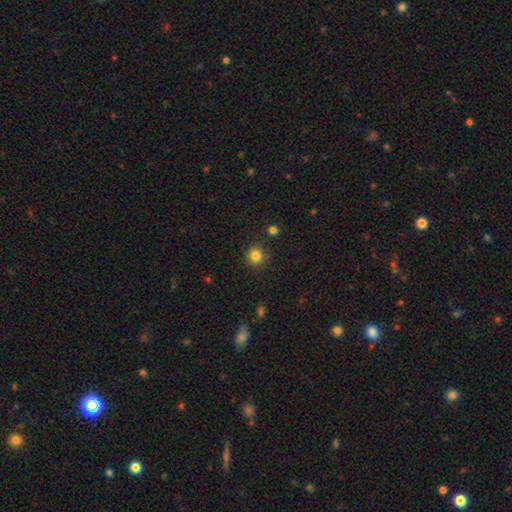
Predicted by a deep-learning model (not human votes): Overall: smooth (83%). How rounded: round (93%). Merging: none (88%).